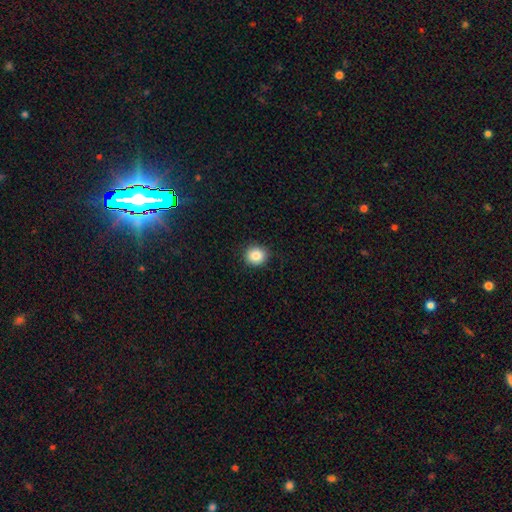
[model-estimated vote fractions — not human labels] The model was most divided on "how rounded": round: 85%, in between: 14%, cigar-shaped: 1%. More confident: merging — none (90%); smooth or featured — smooth (86%).